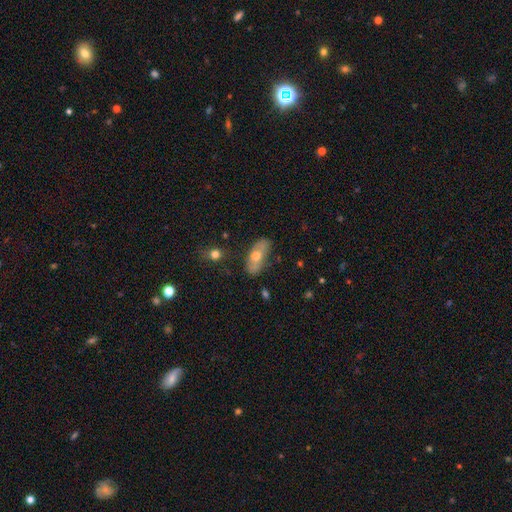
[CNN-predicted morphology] The model was most divided on "smooth or featured": smooth: 56%, featured or disk: 37%, star or artifact: 7%. More confident: how rounded — in between (78%); merging — none (74%).